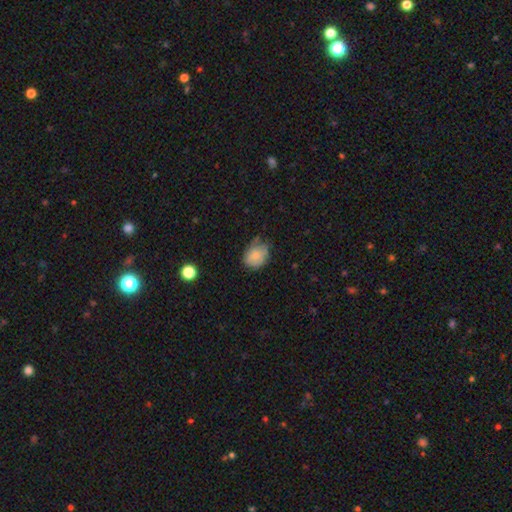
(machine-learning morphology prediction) Smooth or featured? Predicted: smooth (p=0.79). How rounded? Predicted: in between (p=0.52). Merging? Predicted: none (p=0.55).